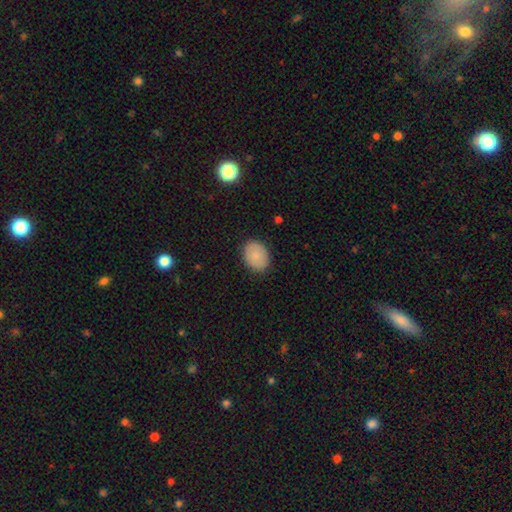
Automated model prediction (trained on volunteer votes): Smooth or featured: smooth — 85% (featured or disk — 8%)
How rounded: in between — 67% (round — 32%)
Merging: none — 87% (minor disturbance — 9%)